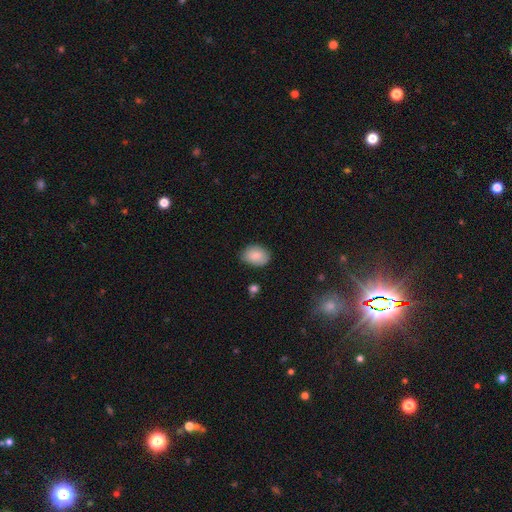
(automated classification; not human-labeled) Overall: smooth (87%). How rounded: in between (73%). Merging: none (80%).